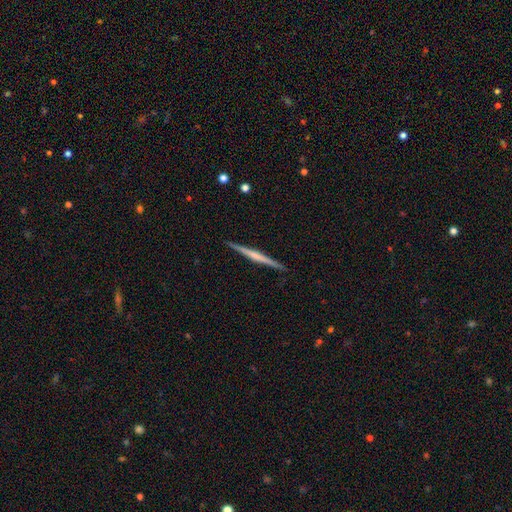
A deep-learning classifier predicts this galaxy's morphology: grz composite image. It shows a featured or disk galaxy (66%) viewed edge-on (98%) with no central bulge (49%). Merging: none (92%).